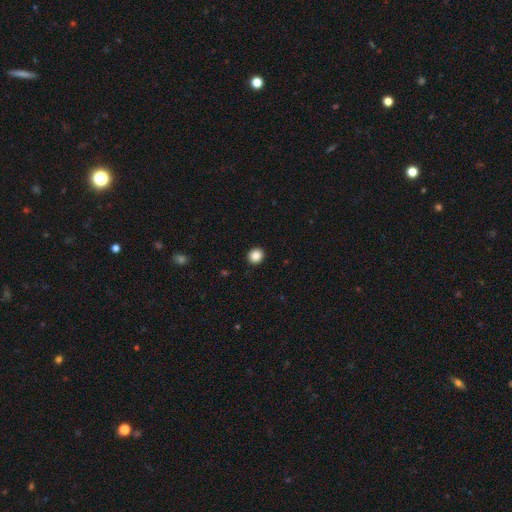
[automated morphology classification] type=smooth (87%); roundness=round (86%); merging=none (93%).